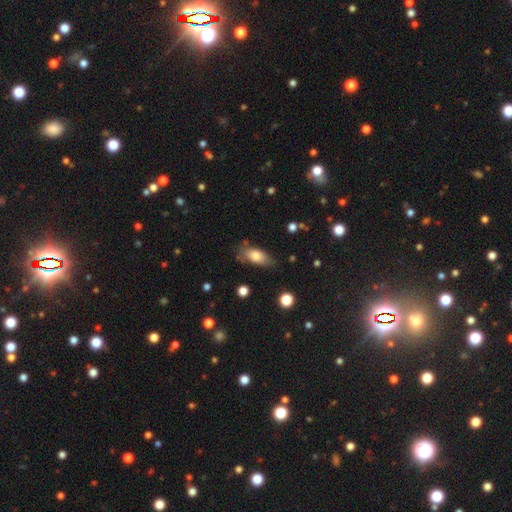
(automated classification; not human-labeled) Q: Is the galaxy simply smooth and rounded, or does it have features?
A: smooth — 77%.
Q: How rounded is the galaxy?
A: in between — 86%.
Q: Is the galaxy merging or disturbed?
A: none — 65%.